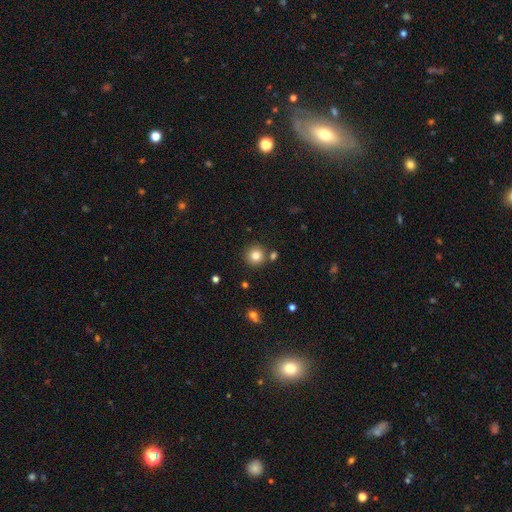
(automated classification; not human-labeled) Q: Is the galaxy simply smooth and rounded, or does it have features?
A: smooth — 82%.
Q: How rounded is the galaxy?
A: round — 94%.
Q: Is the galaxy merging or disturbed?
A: none — 84%.